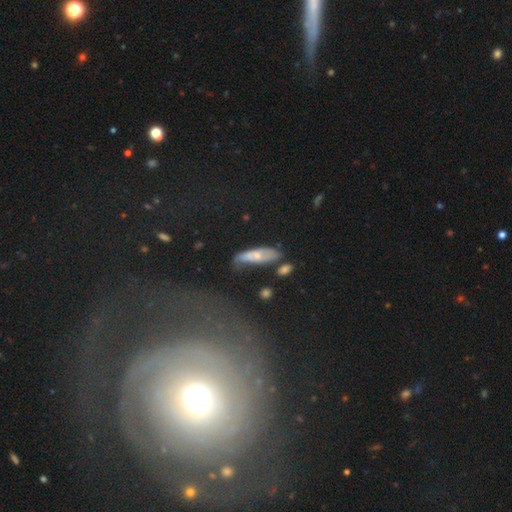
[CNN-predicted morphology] Smooth or featured?
  - smooth: 49% *
  - featured or disk: 42%
  - star or artifact: 9%
Merging?
  - none: 47% *
  - minor disturbance: 30%
  - major disturbance: 13%
  - merger: 10%